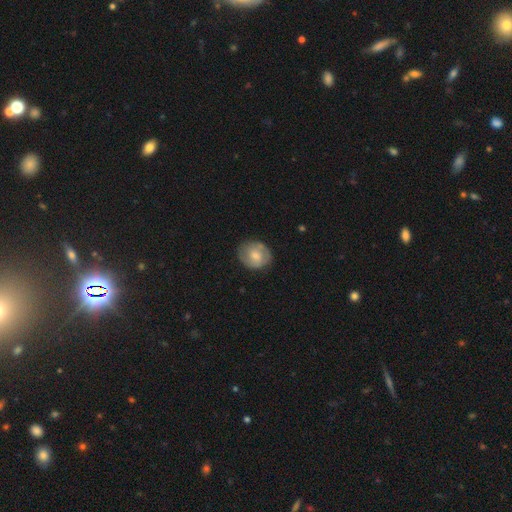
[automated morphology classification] Smooth or featured? smooth (57%)
How rounded? round (70%)
Merging? none (76%)